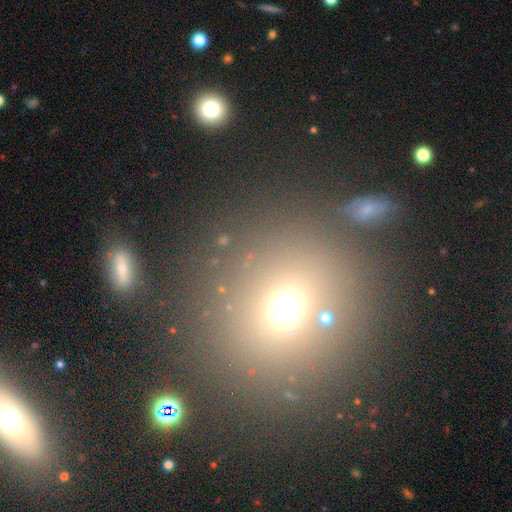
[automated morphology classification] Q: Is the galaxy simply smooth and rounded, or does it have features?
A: smooth — 60%.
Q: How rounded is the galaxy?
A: round — 86%.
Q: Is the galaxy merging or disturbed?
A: none — 77%.